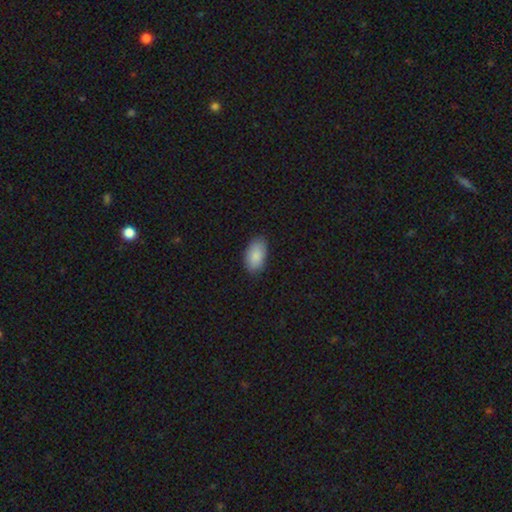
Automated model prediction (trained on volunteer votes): Morphology: type=smooth (88%); roundness=in between (94%); merging=none (84%).